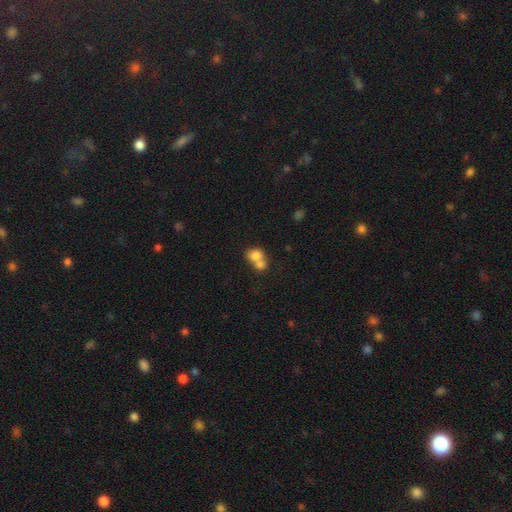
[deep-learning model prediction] A smooth galaxy with no disk features (77%) that is round (57%).

Vote fractions:
- Smooth or featured? smooth: 77% / featured or disk: 14% / star or artifact: 9%
- How rounded? round: 57% / in between: 42% / cigar-shaped: 1%
- Merging? merger: 69% / none: 22% / minor disturbance: 6% / major disturbance: 3%